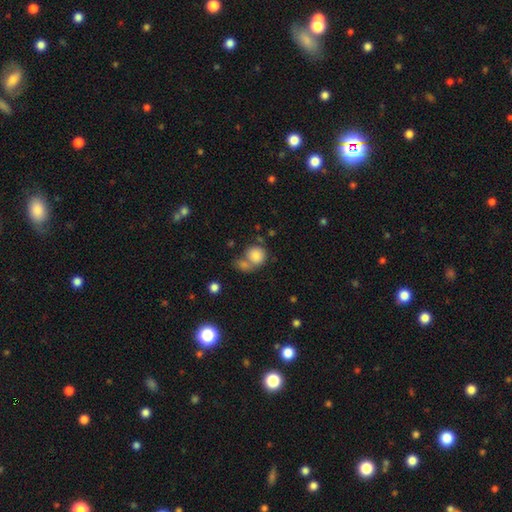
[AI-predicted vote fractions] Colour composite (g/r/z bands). It shows a smooth galaxy with no disk features (82%) that is round (80%). Merging: merger (45%).